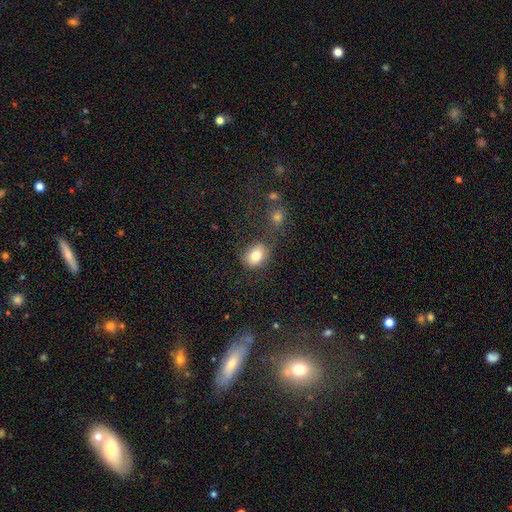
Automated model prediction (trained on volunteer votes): The model was most divided on "how rounded": in between: 65%, round: 34%, cigar-shaped: 1%. More confident: smooth or featured — smooth (83%); merging — none (69%).